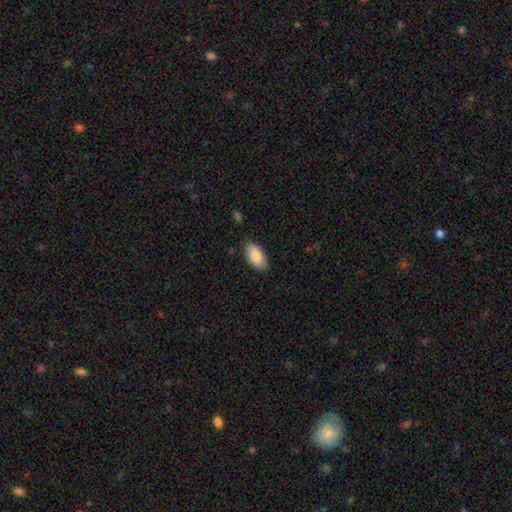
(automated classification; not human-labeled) Smooth or featured: smooth — 87% (featured or disk — 7%)
How rounded: in between — 94% (cigar-shaped — 4%)
Merging: none — 82% (minor disturbance — 14%)